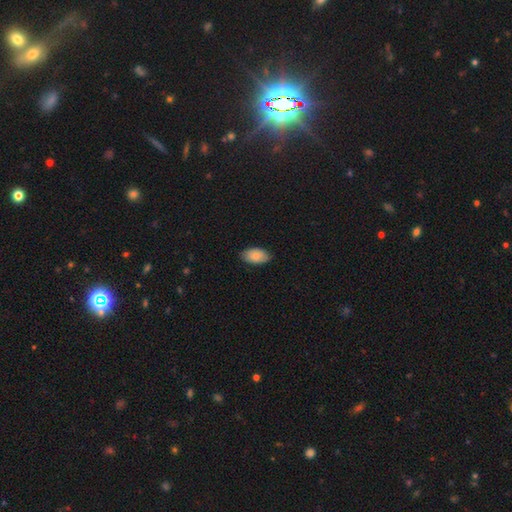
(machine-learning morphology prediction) Q: Smooth or featured?
A: smooth (83%); runner-up: featured or disk (11%)
Q: How rounded?
A: in between (93%); runner-up: round (5%)
Q: Merging?
A: none (83%); runner-up: minor disturbance (14%)